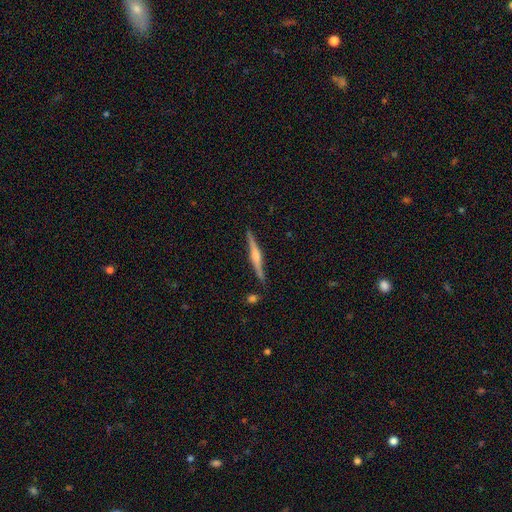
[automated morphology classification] type=featured or disk (74%); edge-on=yes (98%); edge-on bulge=rounded (76%); merging=none (87%).